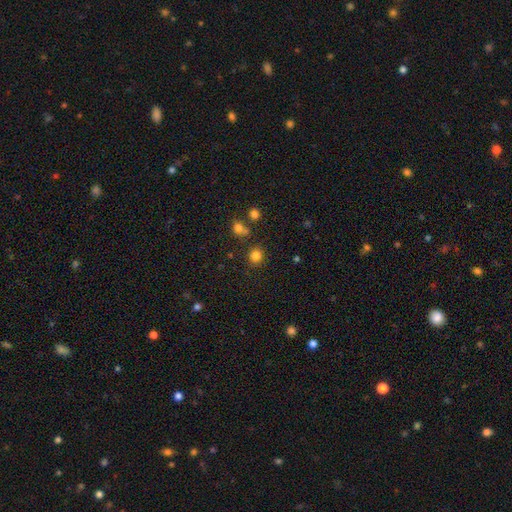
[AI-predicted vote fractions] Smooth or featured?
  - smooth: 82% *
  - star or artifact: 13%
  - featured or disk: 5%
How rounded?
  - round: 85% *
  - in between: 14%
  - cigar-shaped: 1%
Merging?
  - none: 84% *
  - minor disturbance: 8%
  - merger: 5%
  - major disturbance: 3%